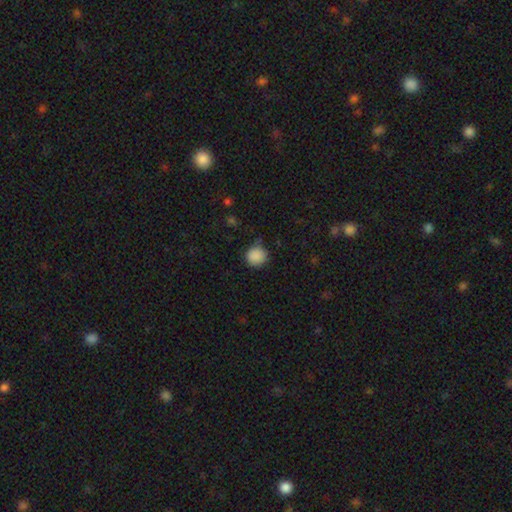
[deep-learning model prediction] Morphology: type=smooth (88%); roundness=round (91%); merging=none (79%).